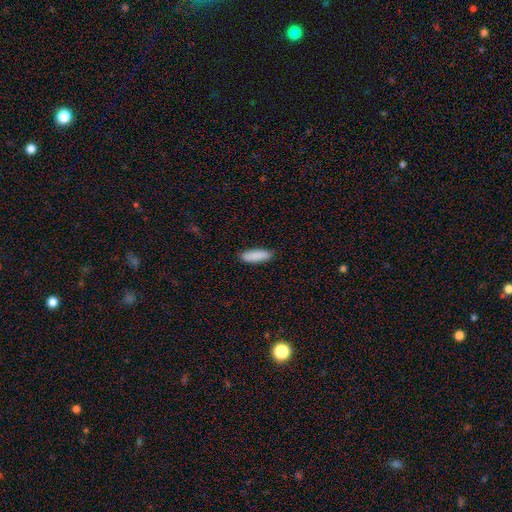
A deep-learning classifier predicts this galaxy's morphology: The model was most divided on "how rounded": cigar-shaped: 52%, in between: 46%, round: 2%. More confident: smooth or featured — smooth (89%); merging — none (88%).